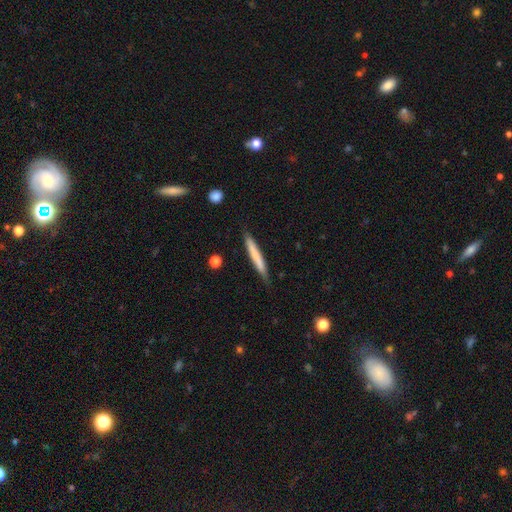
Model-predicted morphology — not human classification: Overall: smooth (66%; featured or disk 29%). How rounded: cigar-shaped (96%). Merging: none (82%).